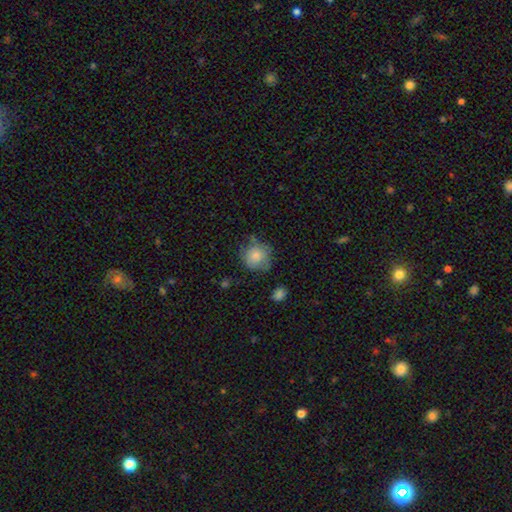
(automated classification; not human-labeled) A smooth galaxy with no disk features (77%) that is round (86%). Merging: none (60%).